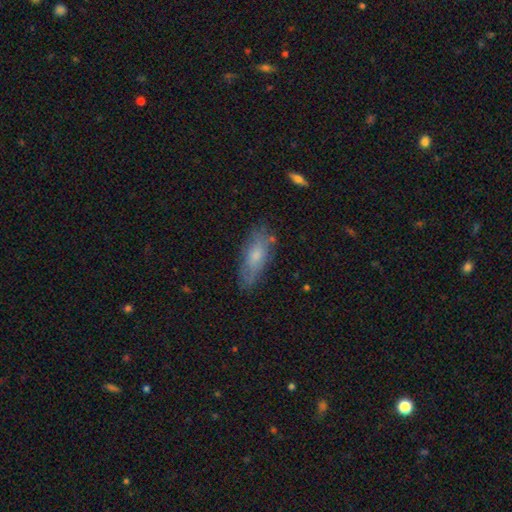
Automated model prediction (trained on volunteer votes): This appears to be a smooth galaxy with no disk features (61%) that is in between round and cigar-shaped (68%). Merging: none (71%).